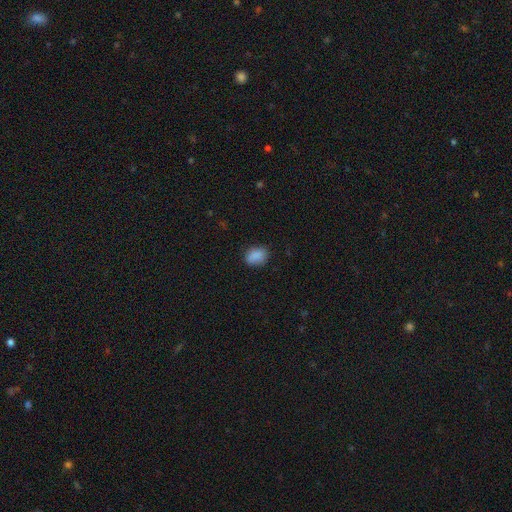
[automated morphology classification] Smooth or featured? Predicted: smooth (p=0.87). How rounded? Predicted: in between (p=0.69). Merging? Predicted: none (p=0.80).